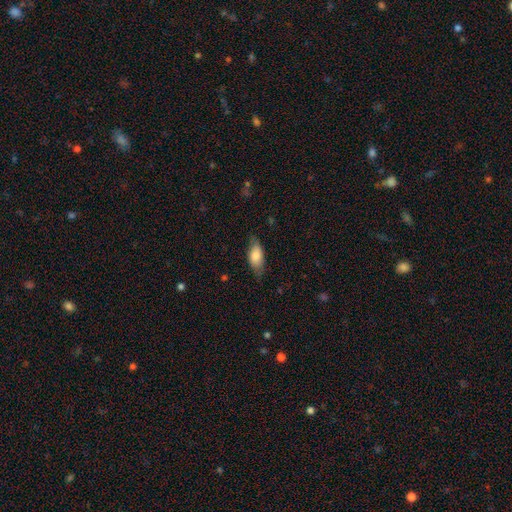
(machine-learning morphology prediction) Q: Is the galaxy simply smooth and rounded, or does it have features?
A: smooth — 78%.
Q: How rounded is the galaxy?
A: in between — 86%.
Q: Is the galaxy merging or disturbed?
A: none — 70%.